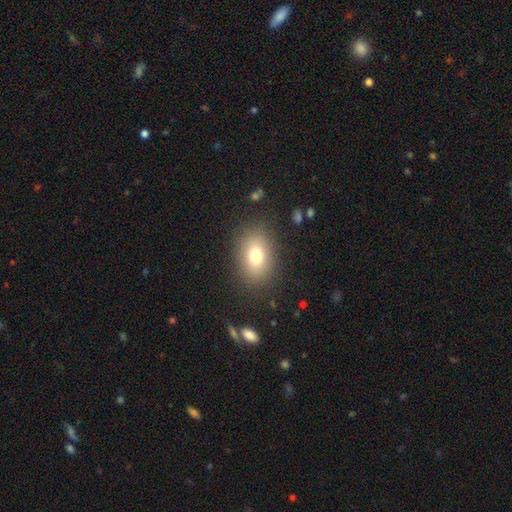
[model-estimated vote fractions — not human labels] Smooth or featured: smooth — 75% (featured or disk — 13%)
How rounded: in between — 75% (round — 24%)
Merging: none — 84% (minor disturbance — 10%)